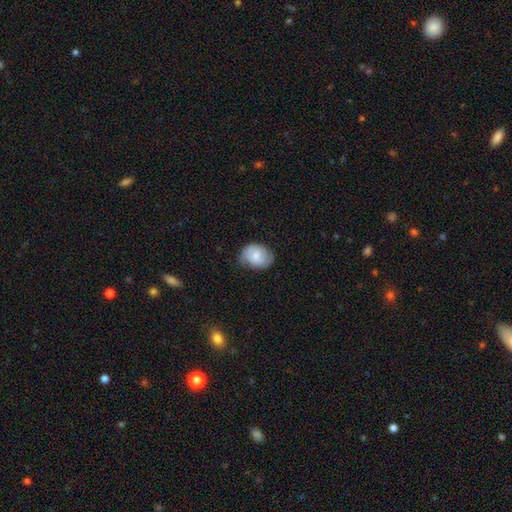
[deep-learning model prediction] Morphology: type=smooth (64%); roundness=in between (61%); merging=none (66%).